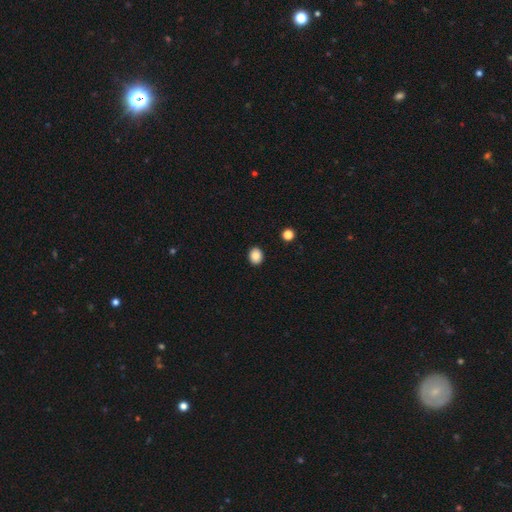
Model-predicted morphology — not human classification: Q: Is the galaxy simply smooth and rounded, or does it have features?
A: smooth — 86%.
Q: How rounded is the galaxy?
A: round — 55%.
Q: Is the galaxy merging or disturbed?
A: none — 91%.